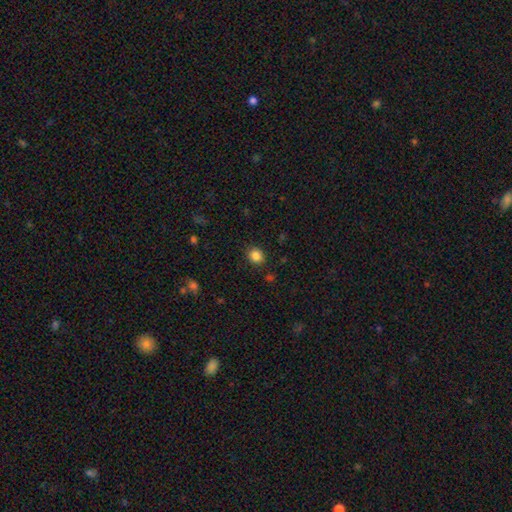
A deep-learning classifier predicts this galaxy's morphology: A smooth galaxy with no disk features (85%) that is round (78%).

Vote fractions:
- Smooth or featured? smooth: 85% / star or artifact: 11% / featured or disk: 4%
- How rounded? round: 78% / in between: 22% / cigar-shaped: 1%
- Merging? none: 89% / minor disturbance: 7% / major disturbance: 2% / merger: 1%